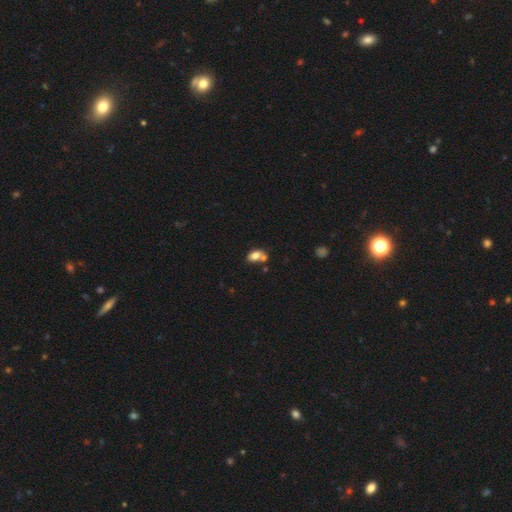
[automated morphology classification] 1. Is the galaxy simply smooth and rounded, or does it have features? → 78% smooth, 13% featured or disk, 10% star or artifact.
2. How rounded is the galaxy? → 84% in between, 14% round, 2% cigar-shaped.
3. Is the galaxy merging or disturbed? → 41% none, 38% merger, 15% minor disturbance, 6% major disturbance.